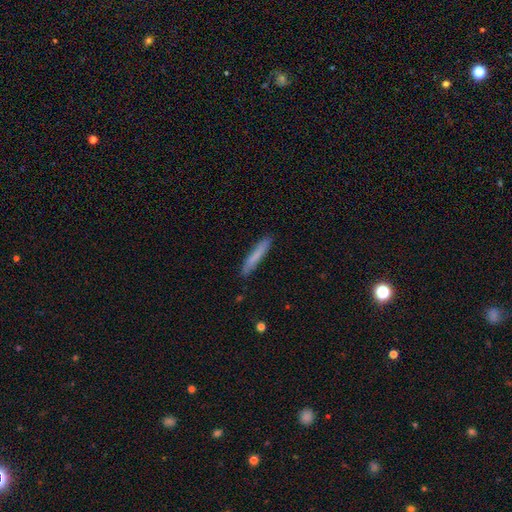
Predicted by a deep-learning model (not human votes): Smooth or featured?
  - smooth: 76% *
  - featured or disk: 18%
  - star or artifact: 6%
How rounded?
  - cigar-shaped: 94% *
  - in between: 5%
  - round: 1%
Merging?
  - none: 86% *
  - minor disturbance: 11%
  - major disturbance: 2%
  - merger: 1%